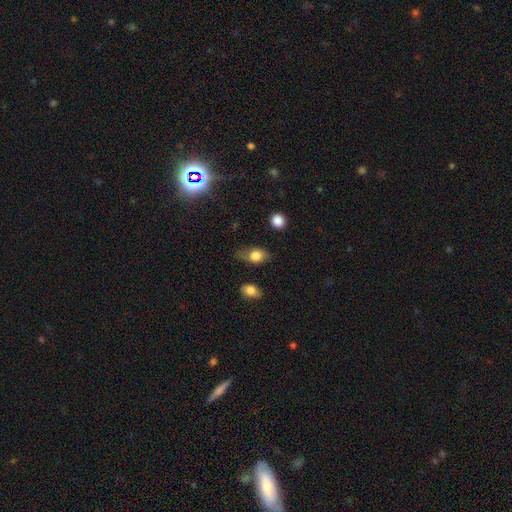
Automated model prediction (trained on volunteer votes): Smooth or featured?
  - smooth: 75% *
  - featured or disk: 16%
  - star or artifact: 9%
How rounded?
  - in between: 79% *
  - round: 17%
  - cigar-shaped: 4%
Merging?
  - none: 64% *
  - minor disturbance: 26%
  - major disturbance: 7%
  - merger: 3%